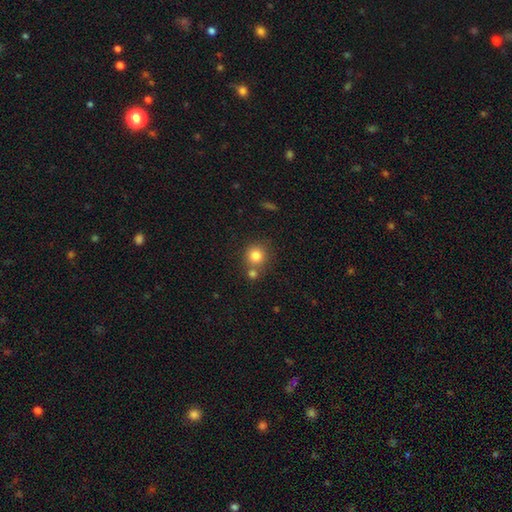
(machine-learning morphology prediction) This appears to be a smooth galaxy with no disk features (81%) that is round (91%). Merging: none (64%).